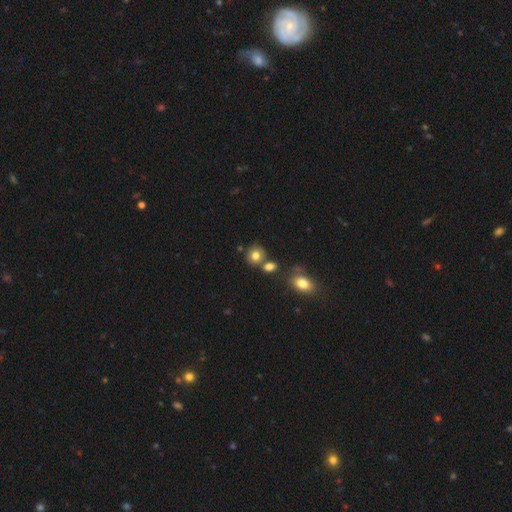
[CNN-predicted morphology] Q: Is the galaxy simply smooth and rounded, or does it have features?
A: smooth — 79%.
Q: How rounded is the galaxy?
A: round — 77%.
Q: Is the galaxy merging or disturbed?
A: none — 66%.